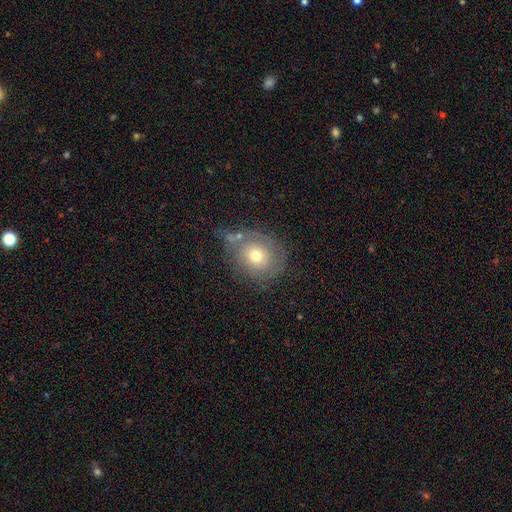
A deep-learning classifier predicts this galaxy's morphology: smooth_or_featured: smooth (p=0.62) [alt: featured or disk p=0.27]
how_rounded: round (p=0.71) [alt: in between p=0.28]
merging: none (p=0.59) [alt: minor disturbance p=0.21]